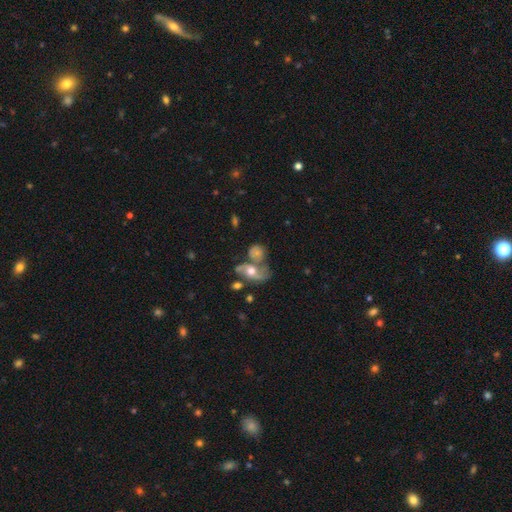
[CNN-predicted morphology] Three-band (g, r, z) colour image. It shows a featured or disk galaxy (54%). Merging: merger (41%).